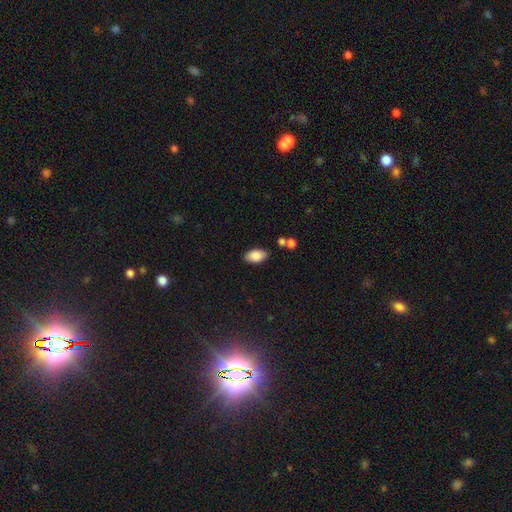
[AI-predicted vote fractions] smooth-or-featured: smooth: 85% | featured or disk: 8% | star or artifact: 7%
  how-rounded: in between: 93% | round: 4% | cigar-shaped: 3%
  merging: none: 82% | minor disturbance: 11% | merger: 5% | major disturbance: 3%